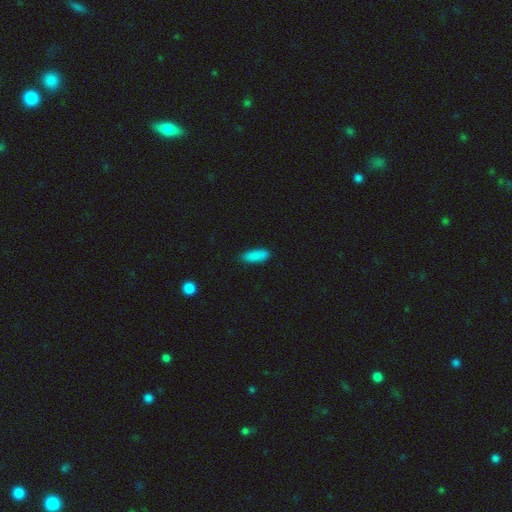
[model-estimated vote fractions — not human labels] Smooth or featured: smooth — 88% (star or artifact — 7%)
How rounded: in between — 66% (cigar-shaped — 32%)
Merging: none — 83% (minor disturbance — 14%)